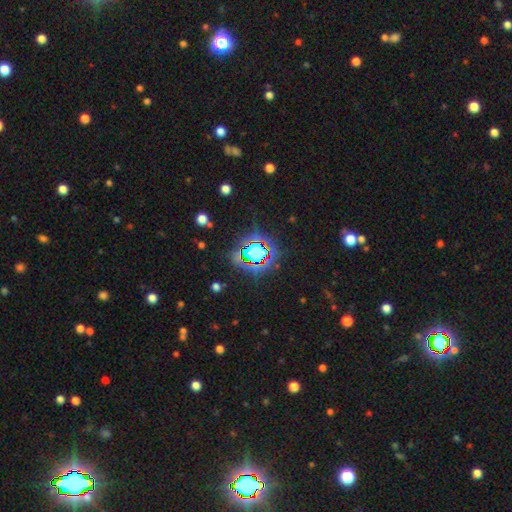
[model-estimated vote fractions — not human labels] A star or artifact, not a galaxy (69%).